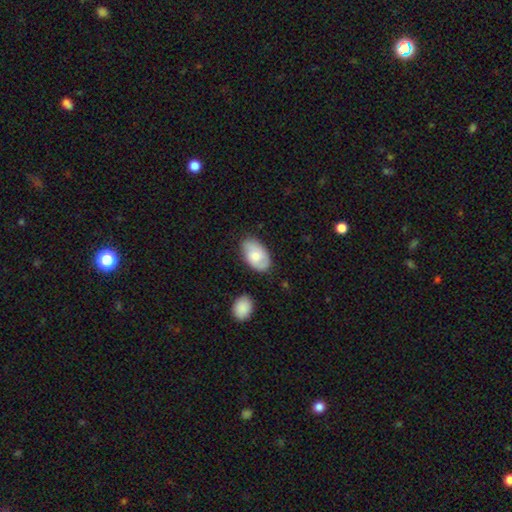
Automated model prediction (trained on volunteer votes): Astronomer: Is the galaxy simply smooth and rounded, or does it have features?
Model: smooth — 64%.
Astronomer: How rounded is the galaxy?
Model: in between — 92%.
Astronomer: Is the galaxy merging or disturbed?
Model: none — 74%.